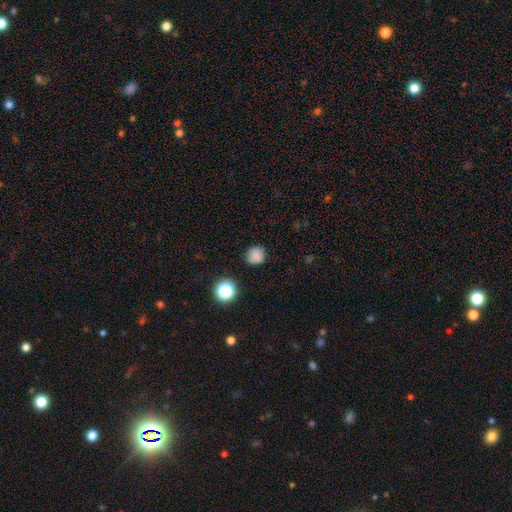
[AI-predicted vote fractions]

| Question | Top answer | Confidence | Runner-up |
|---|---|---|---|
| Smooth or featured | smooth | 81% | star or artifact (14%) |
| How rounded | round | 89% | in between (10%) |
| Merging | none | 84% | minor disturbance (11%) |